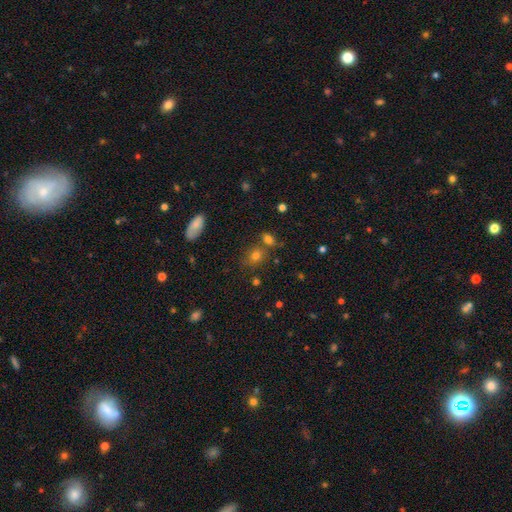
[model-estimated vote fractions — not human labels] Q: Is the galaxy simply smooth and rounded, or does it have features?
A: smooth — 74%.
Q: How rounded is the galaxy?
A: round — 64%.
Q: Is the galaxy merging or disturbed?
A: none — 64%.